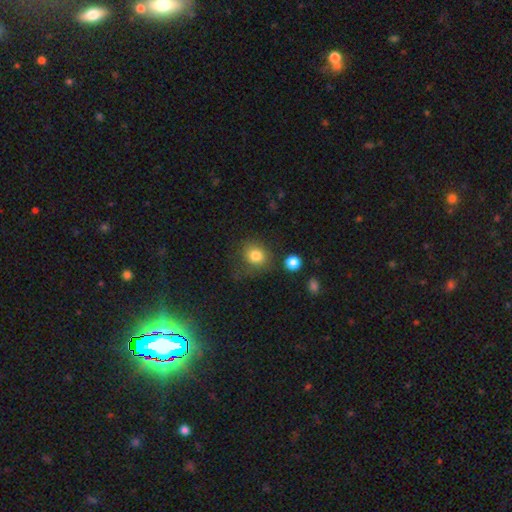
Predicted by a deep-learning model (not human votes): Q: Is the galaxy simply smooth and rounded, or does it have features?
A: smooth — 81%.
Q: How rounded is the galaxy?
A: round — 77%.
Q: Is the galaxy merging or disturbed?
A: none — 71%.